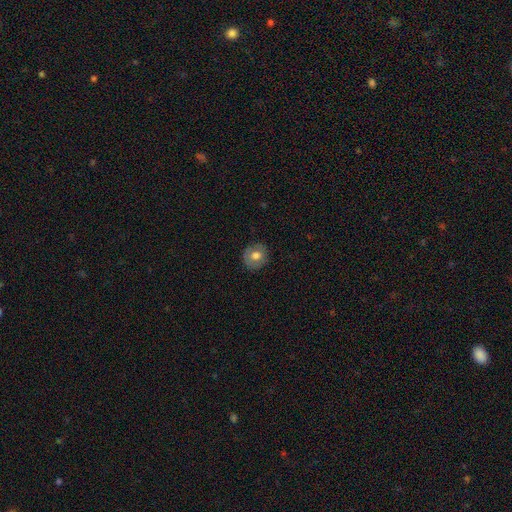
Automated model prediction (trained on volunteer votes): Q: Smooth or featured?
A: smooth (67%); runner-up: featured or disk (25%)
Q: How rounded?
A: round (85%); runner-up: in between (14%)
Q: Merging?
A: none (84%); runner-up: minor disturbance (12%)